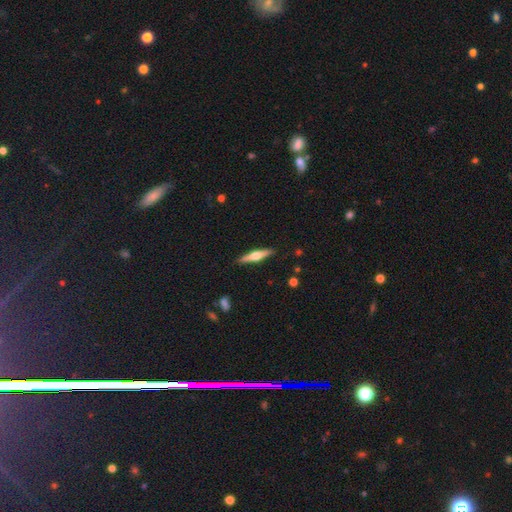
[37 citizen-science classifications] This appears to be a featured or disk galaxy (70%) viewed edge-on (96%) with a rounded central bulge (96%). Merging: none (92%).